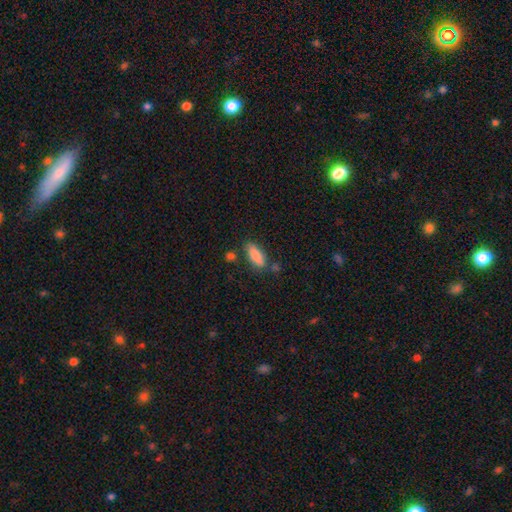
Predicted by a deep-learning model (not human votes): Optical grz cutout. It shows a smooth galaxy with no disk features (85%) that is in between round and cigar-shaped (66%). Merging: none (71%).